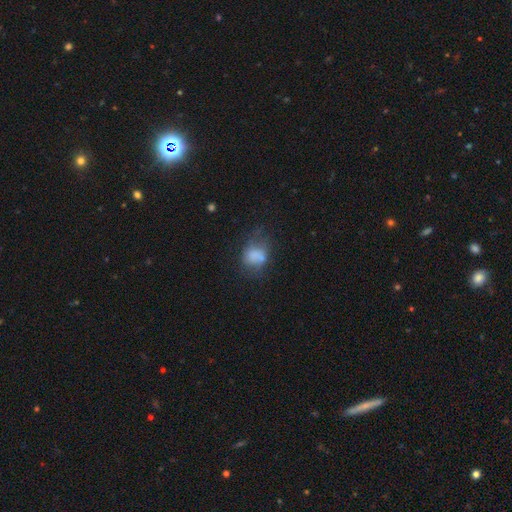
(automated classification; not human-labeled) Smooth or featured?
  - smooth: 67% *
  - featured or disk: 21%
  - star or artifact: 11%
How rounded?
  - in between: 51% *
  - round: 47%
  - cigar-shaped: 1%
Merging?
  - none: 38% *
  - minor disturbance: 28%
  - major disturbance: 23%
  - merger: 11%